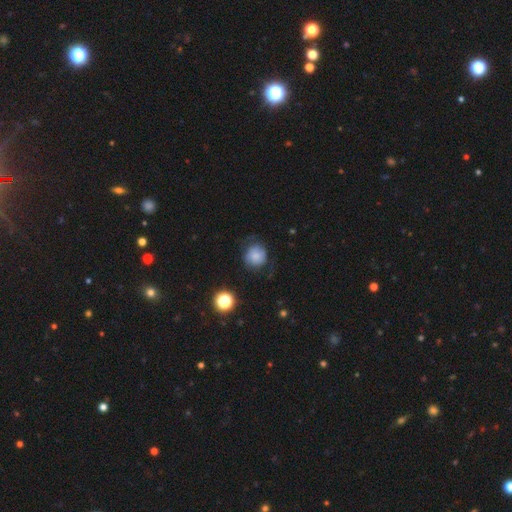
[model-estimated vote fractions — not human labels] smooth_or_featured: smooth (p=0.69) [alt: featured or disk p=0.20]
how_rounded: round (p=0.85) [alt: in between p=0.14]
merging: none (p=0.61) [alt: minor disturbance p=0.25]